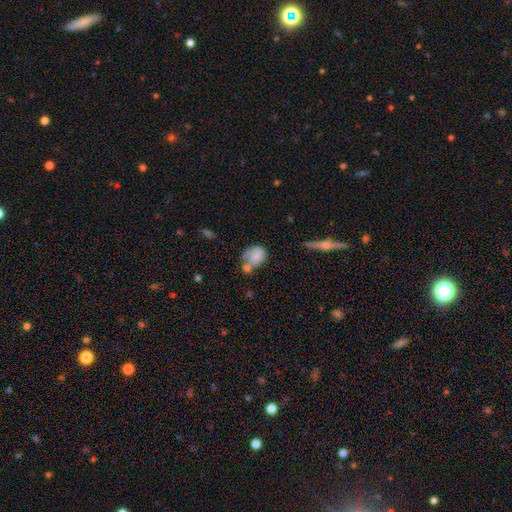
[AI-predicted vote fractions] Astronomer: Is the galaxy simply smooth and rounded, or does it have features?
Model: smooth — 76%.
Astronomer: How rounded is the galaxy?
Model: in between — 53% (runner-up: round, 46%).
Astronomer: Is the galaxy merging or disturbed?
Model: none — 34% (runner-up: merger, 29%).